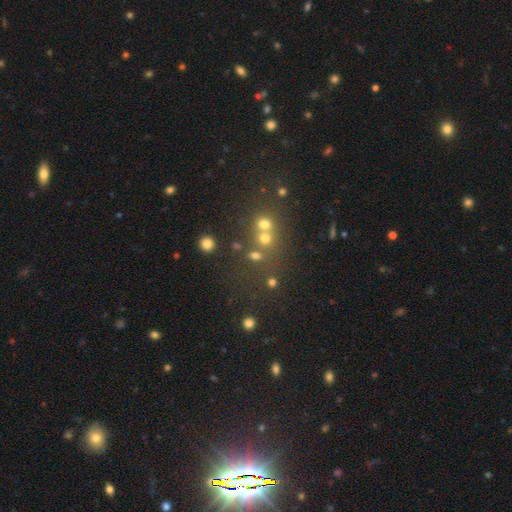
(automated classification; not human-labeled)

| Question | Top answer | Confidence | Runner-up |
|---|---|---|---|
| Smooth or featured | smooth | 65% | star or artifact (24%) |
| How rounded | round | 79% | in between (20%) |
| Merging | none | 55% | merger (33%) |